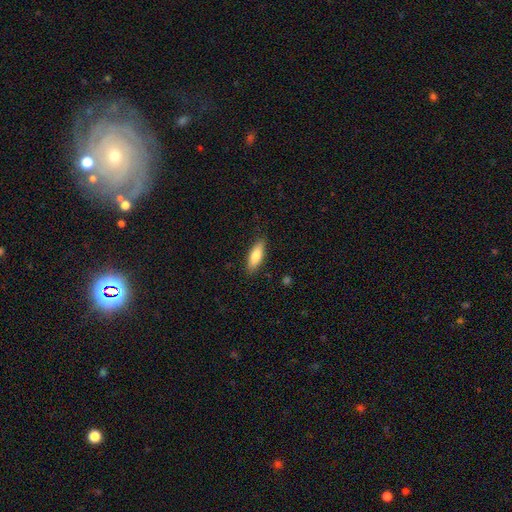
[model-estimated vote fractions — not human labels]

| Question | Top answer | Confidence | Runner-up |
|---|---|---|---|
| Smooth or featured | smooth | 80% | featured or disk (14%) |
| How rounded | in between | 57% | cigar-shaped (41%) |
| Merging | none | 86% | minor disturbance (10%) |